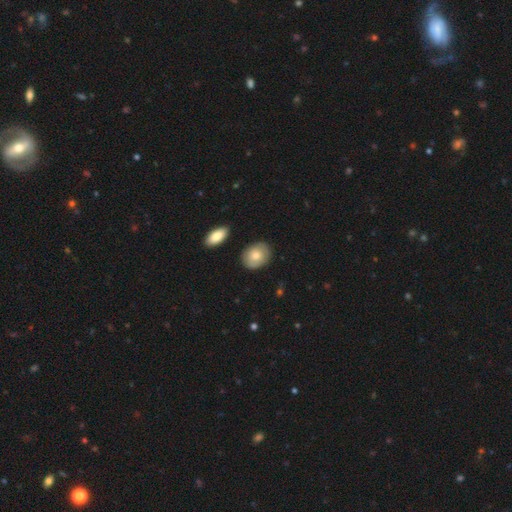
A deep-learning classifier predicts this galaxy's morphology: Smooth or featured? smooth (74%)
How rounded? in between (62%)
Merging? none (84%)